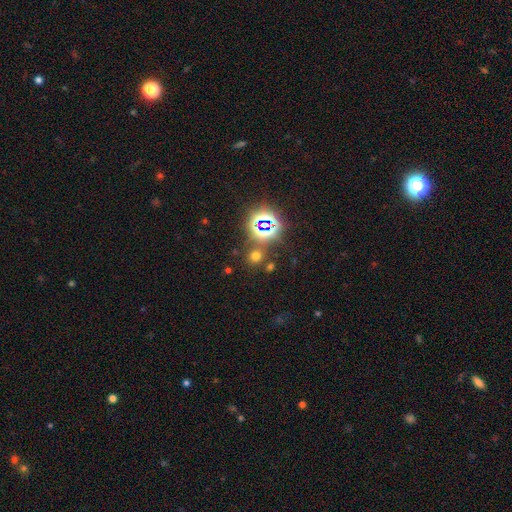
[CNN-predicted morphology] Q: Smooth or featured?
A: smooth (55%); runner-up: star or artifact (38%)
Q: How rounded?
A: round (84%); runner-up: in between (14%)
Q: Merging?
A: none (79%); runner-up: merger (9%)